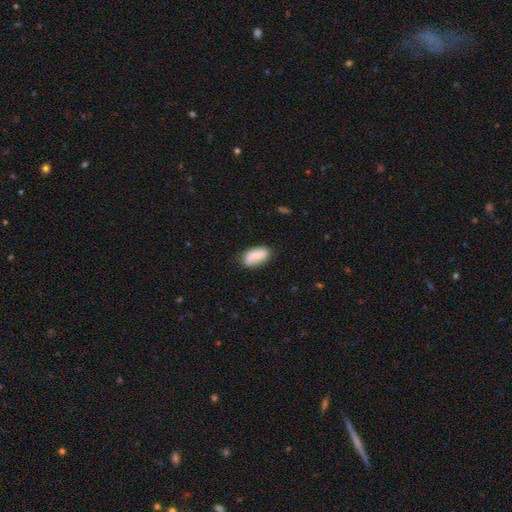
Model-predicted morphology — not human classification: Q: Smooth or featured?
A: smooth (67%); runner-up: featured or disk (27%)
Q: How rounded?
A: in between (92%); runner-up: cigar-shaped (4%)
Q: Merging?
A: none (75%); runner-up: minor disturbance (18%)